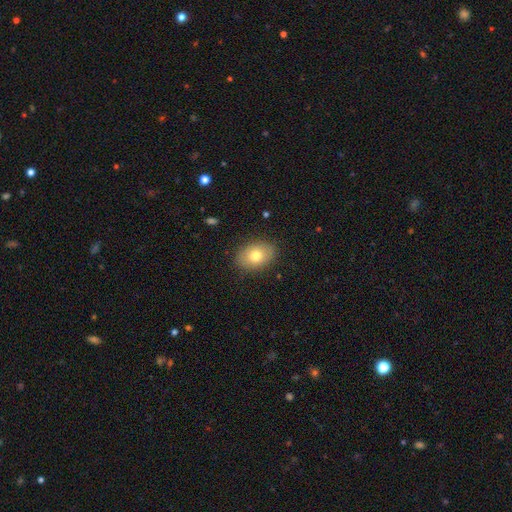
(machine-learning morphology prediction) A smooth galaxy with no disk features (77%) that is in between round and cigar-shaped (79%).

Vote fractions:
- Smooth or featured? smooth: 77% / featured or disk: 15% / star or artifact: 9%
- How rounded? in between: 79% / round: 19% / cigar-shaped: 1%
- Merging? none: 87% / minor disturbance: 10% / major disturbance: 3% / merger: 1%